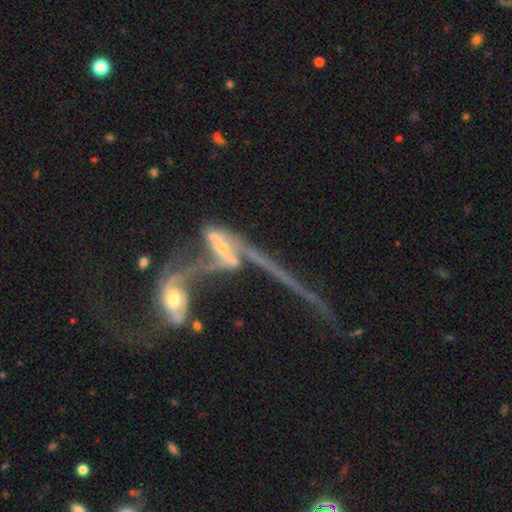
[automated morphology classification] A featured or disk galaxy (73%).

Vote fractions:
- Smooth or featured? featured or disk: 73% / smooth: 14% / star or artifact: 13%
- Edge-on disk? no: 67% / yes: 33%
- Merging? merger: 68% / major disturbance: 16% / none: 10% / minor disturbance: 6%